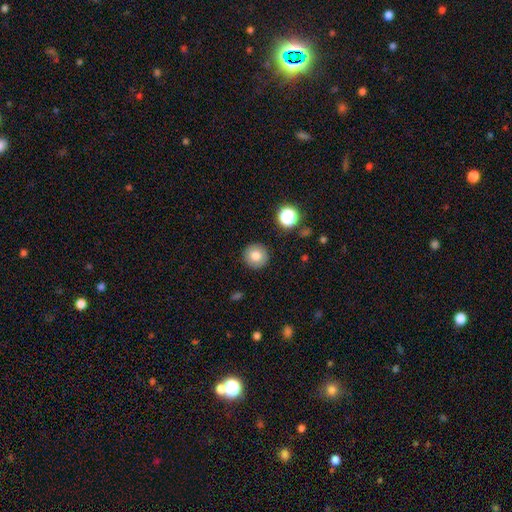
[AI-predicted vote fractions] Smooth or featured? smooth (80%)
How rounded? round (94%)
Merging? none (91%)